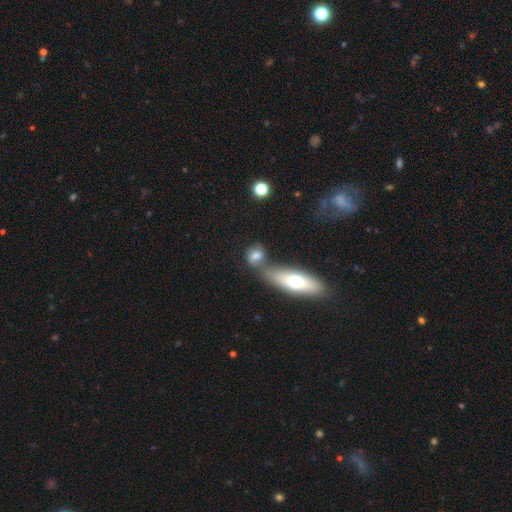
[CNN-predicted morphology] Smooth or featured? smooth (67%)
How rounded? in between (55%)
Merging? none (44%)